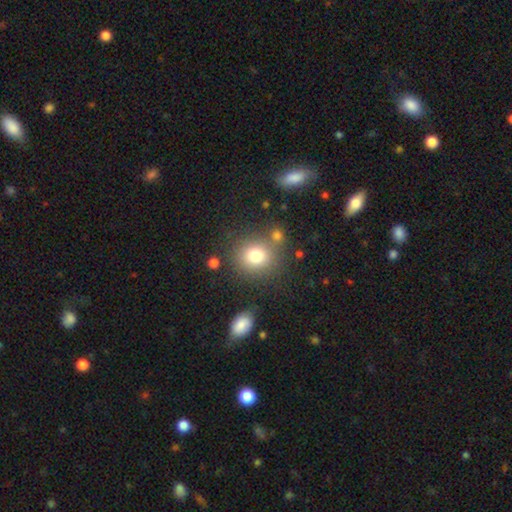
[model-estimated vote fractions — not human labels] Smooth or featured: smooth — 78% (star or artifact — 12%)
How rounded: round — 84% (in between — 15%)
Merging: none — 74% (minor disturbance — 11%)